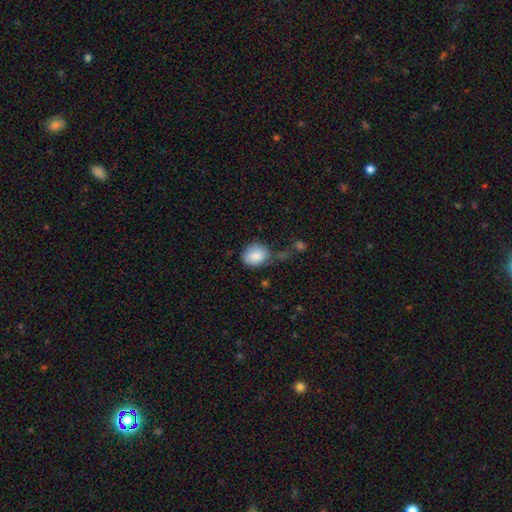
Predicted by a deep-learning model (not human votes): The model was most divided on "how rounded": round: 52%, in between: 47%, cigar-shaped: 1%. More confident: smooth or featured — smooth (86%); merging — none (59%).